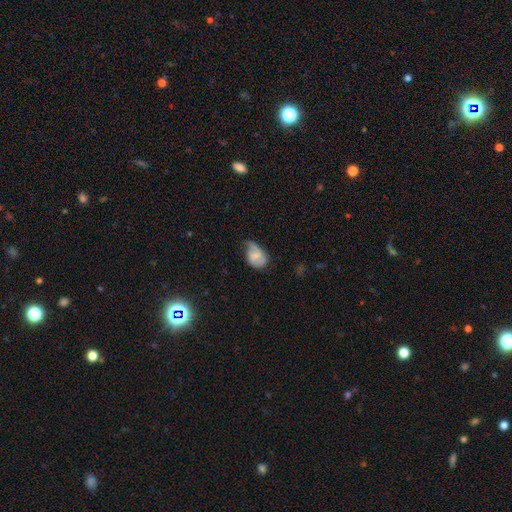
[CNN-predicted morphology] The model was most divided on "merging": minor disturbance: 42%, major disturbance: 28%, none: 28%, merger: 3%. More confident: how rounded — in between (77%); smooth or featured — smooth (57%).